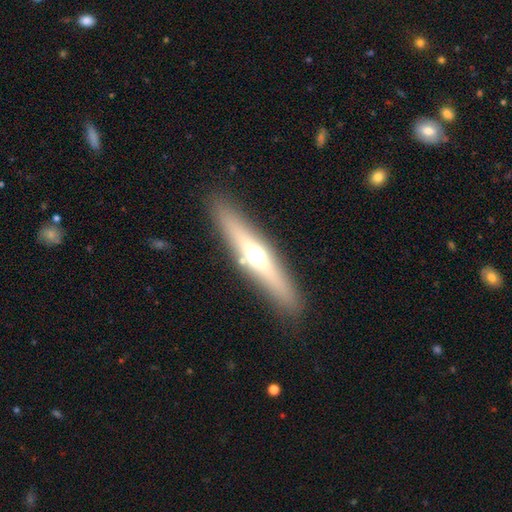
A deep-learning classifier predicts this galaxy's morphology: Smooth or featured? Predicted: featured or disk (p=0.54). Edge-on disk? Predicted: yes (p=0.90). Merging? Predicted: none (p=0.88).